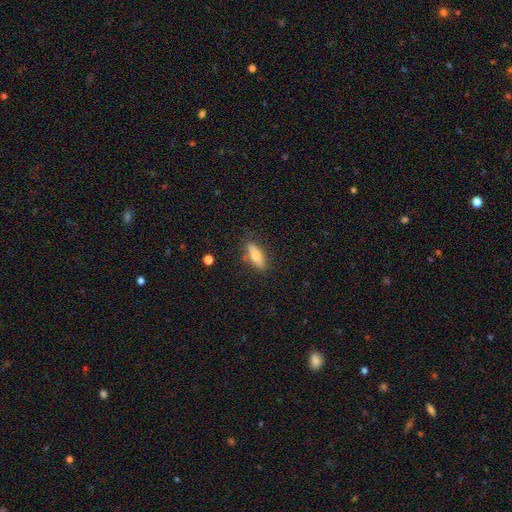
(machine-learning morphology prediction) Q: Smooth or featured?
A: smooth (69%); runner-up: featured or disk (24%)
Q: How rounded?
A: in between (54%); runner-up: cigar-shaped (43%)
Q: Merging?
A: none (81%); runner-up: minor disturbance (14%)